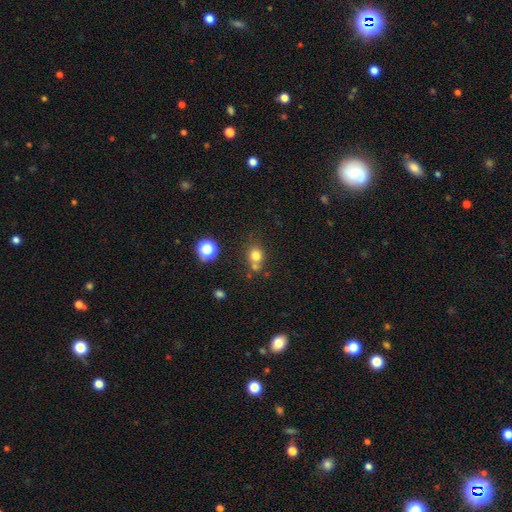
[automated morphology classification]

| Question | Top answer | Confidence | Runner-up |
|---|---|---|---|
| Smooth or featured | smooth | 76% | star or artifact (15%) |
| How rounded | round | 75% | in between (24%) |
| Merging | none | 58% | merger (24%) |